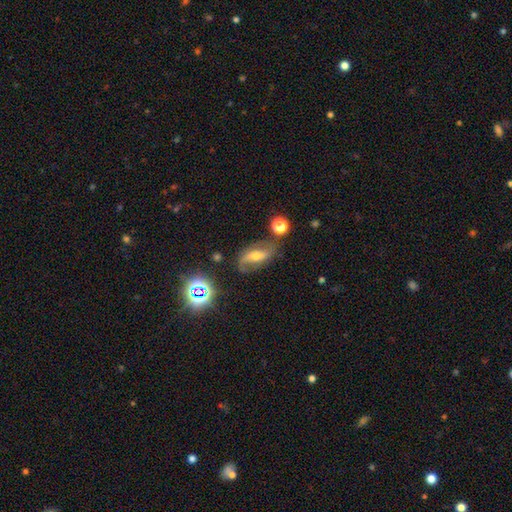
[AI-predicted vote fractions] This is likely a featured or disk galaxy (70%). It is clearly not viewed edge-on (91%). Bar: marginally weak (34%). Spiral arm pattern: clearly yes (89%). Spiral arm count: clearly 2 (88%). Spiral winding: possibly loose (59%). Central bulge: likely moderate (61%). Merging: likely none (71%).